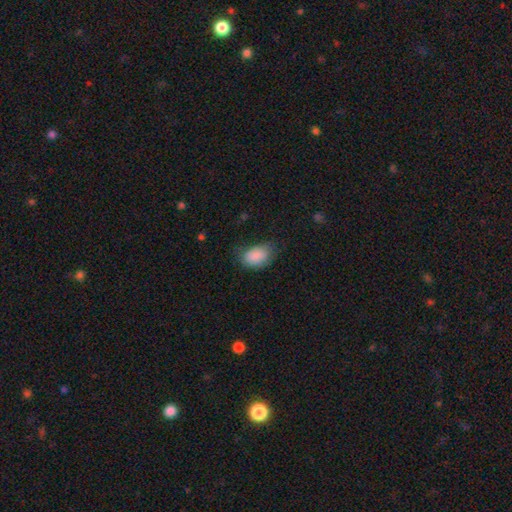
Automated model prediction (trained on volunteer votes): This is clearly a smooth galaxy (87%). How rounded: clearly in between (87%). Merging: likely none (61%).